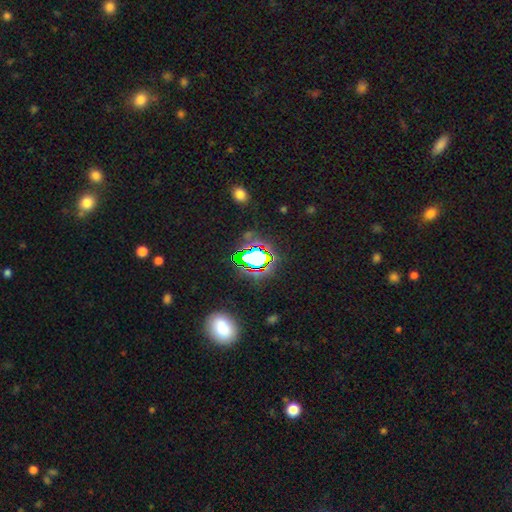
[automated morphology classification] The model was most divided on "smooth or featured": star or artifact: 65%, smooth: 23%, featured or disk: 12%.